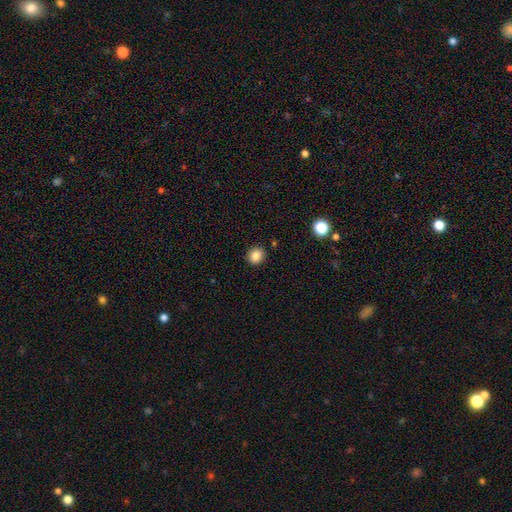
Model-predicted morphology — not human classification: smooth_or_featured: smooth (p=0.86) [alt: star or artifact p=0.10]
how_rounded: round (p=0.79) [alt: in between p=0.20]
merging: none (p=0.90) [alt: minor disturbance p=0.07]